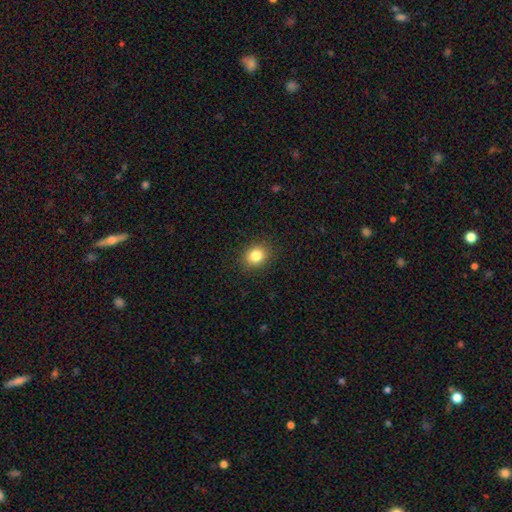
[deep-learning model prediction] A smooth galaxy with no disk features (83%) that is round (66%).

Vote fractions:
- Smooth or featured? smooth: 83% / star or artifact: 11% / featured or disk: 6%
- How rounded? round: 66% / in between: 33% / cigar-shaped: 1%
- Merging? none: 89% / minor disturbance: 8% / major disturbance: 2% / merger: 1%